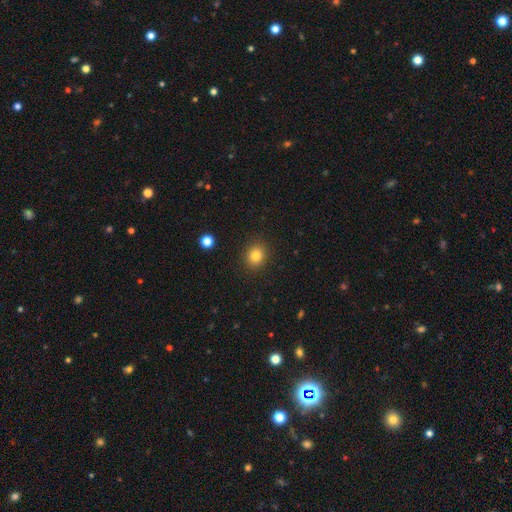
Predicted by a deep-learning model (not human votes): Morphology: type=smooth (82%); roundness=round (75%); merging=none (90%).